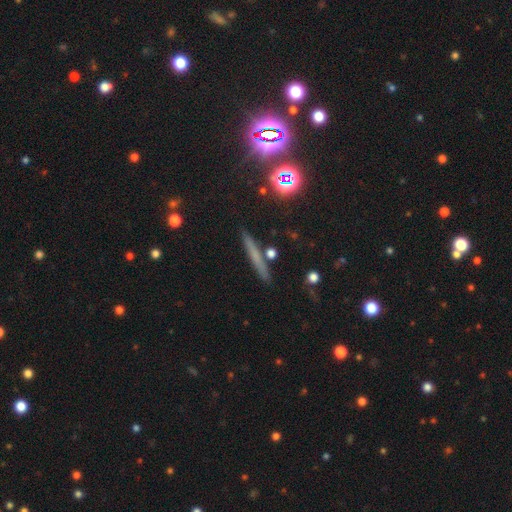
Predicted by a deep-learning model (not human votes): Smooth or featured?
  - smooth: 48% *
  - featured or disk: 35%
  - star or artifact: 17%
Merging?
  - none: 87% *
  - minor disturbance: 8%
  - merger: 3%
  - major disturbance: 2%